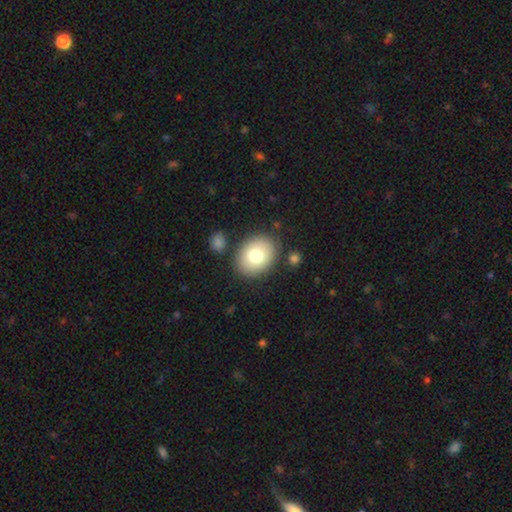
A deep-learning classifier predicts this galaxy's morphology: This appears to be a smooth galaxy with no disk features (76%) that is in between round and cigar-shaped (51%). Merging: none (83%).